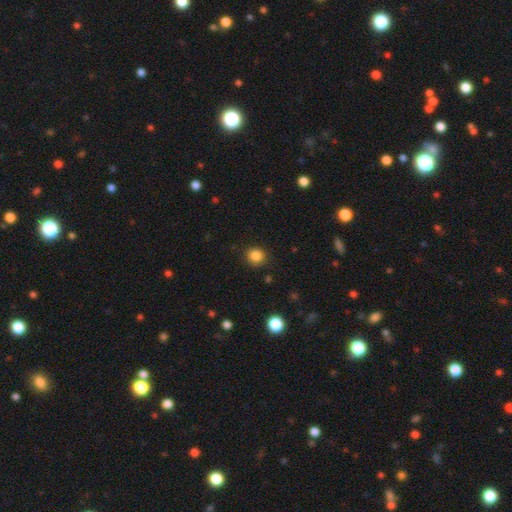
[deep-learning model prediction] smooth 84%, star or artifact 12%, featured or disk 4%. Down the decision tree: how rounded — round (89%); merging — none (87%).